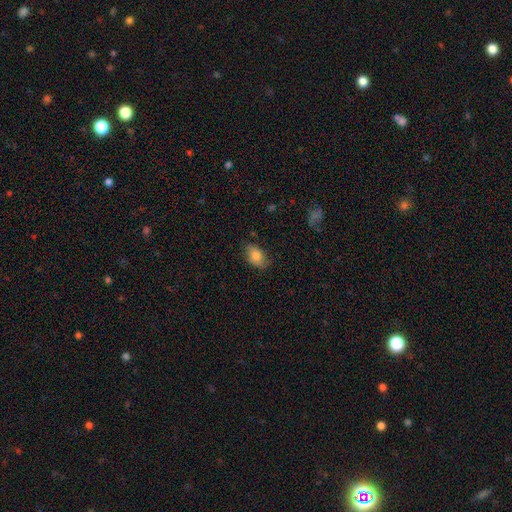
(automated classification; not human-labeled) smooth-or-featured: smooth: 80% | featured or disk: 12% | star or artifact: 8%
  how-rounded: in between: 88% | round: 11% | cigar-shaped: 2%
  merging: none: 76% | minor disturbance: 19% | major disturbance: 4% | merger: 1%